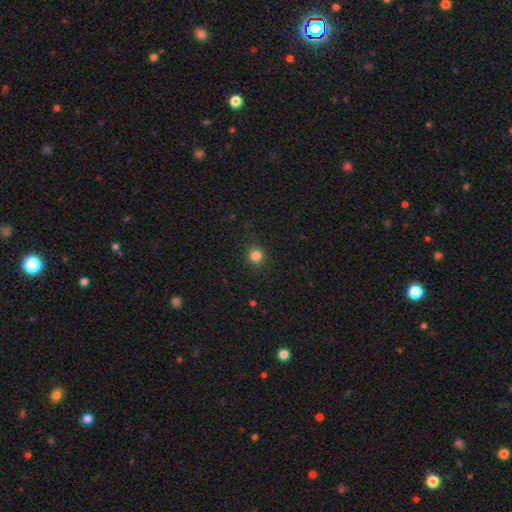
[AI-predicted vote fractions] Smooth or featured: smooth — 83% (star or artifact — 13%)
How rounded: round — 91% (in between — 8%)
Merging: none — 90% (minor disturbance — 7%)